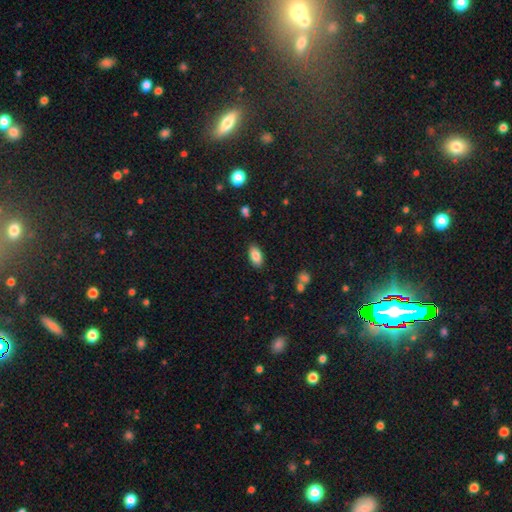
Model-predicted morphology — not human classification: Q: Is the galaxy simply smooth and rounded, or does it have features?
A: smooth — 86%.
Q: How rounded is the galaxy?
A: in between — 92%.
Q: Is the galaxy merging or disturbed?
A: none — 86%.